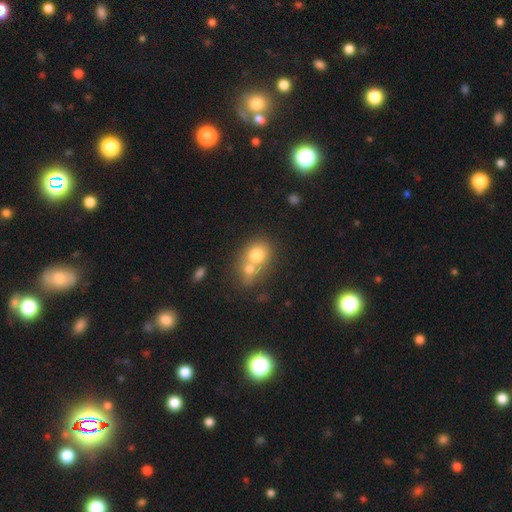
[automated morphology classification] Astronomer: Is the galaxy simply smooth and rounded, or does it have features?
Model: smooth — 73%.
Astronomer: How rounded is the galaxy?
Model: round — 64%.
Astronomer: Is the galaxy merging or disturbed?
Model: merger — 66%.